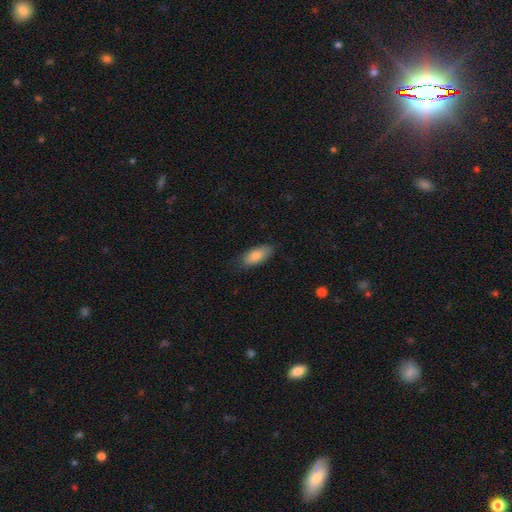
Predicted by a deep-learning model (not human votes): A smooth galaxy with no disk features (82%) that is in between round and cigar-shaped (82%).

Vote fractions:
- Smooth or featured? smooth: 82% / featured or disk: 12% / star or artifact: 6%
- How rounded? in between: 82% / cigar-shaped: 16% / round: 2%
- Merging? none: 79% / minor disturbance: 17% / major disturbance: 3% / merger: 1%